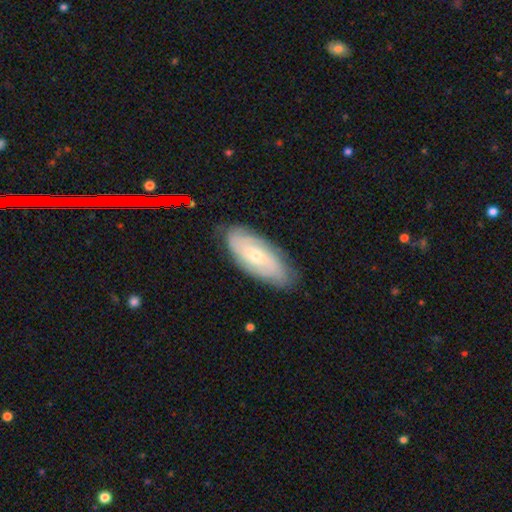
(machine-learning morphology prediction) Smooth or featured? featured or disk (66%)
Edge-on disk? no (89%)
Bar? no (57%)
Spiral arms? yes (85%)
Spiral winding? tight (59%)
Spiral arm count? can't tell (45%)
Bulge size? small (65%)
Merging? none (79%)